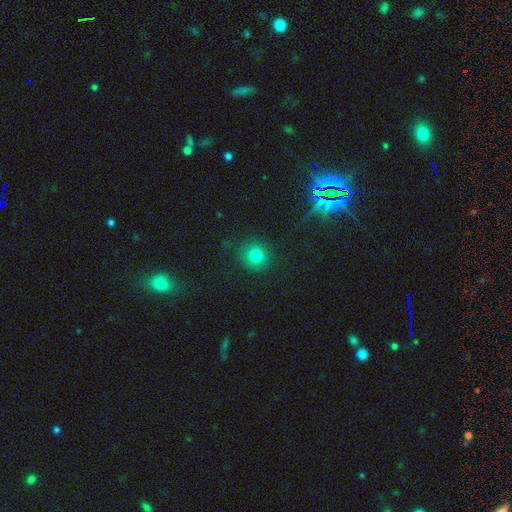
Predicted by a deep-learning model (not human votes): Q: Smooth or featured?
A: smooth (78%); runner-up: star or artifact (15%)
Q: How rounded?
A: round (93%); runner-up: in between (6%)
Q: Merging?
A: none (88%); runner-up: minor disturbance (7%)